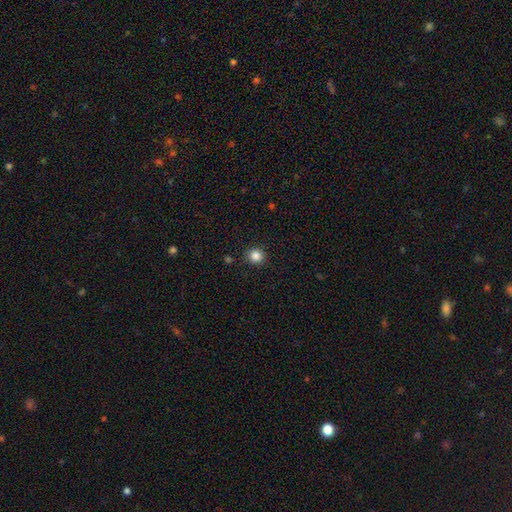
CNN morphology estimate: Smooth or featured? smooth (85%)
How rounded? round (92%)
Merging? none (90%)